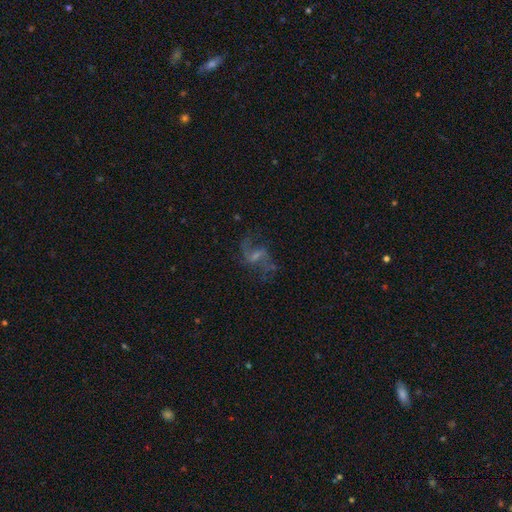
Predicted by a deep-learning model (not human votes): A featured or disk galaxy (74%) with a weak bar (53%), 2 (82%) loose (68%) spiral arms (89%) and a small central bulge (46%).

Vote fractions:
- Smooth or featured? featured or disk: 74% / star or artifact: 14% / smooth: 12%
- Edge-on disk? no: 96% / yes: 4%
- Bar? weak: 53% / no: 29% / strong: 18%
- Spiral arms? yes: 89% / no: 11%
- Spiral winding? loose: 68% / medium: 27% / tight: 6%
- Spiral arm count? 2: 82% / can't tell: 7% / 1: 5% / 3: 3% / 4: 2% / more than 4: 2%
- Bulge size? small: 46% / none: 25% / moderate: 25% / large: 3% / dominant: 1%
- Merging? none: 65% / major disturbance: 18% / minor disturbance: 15% / merger: 2%